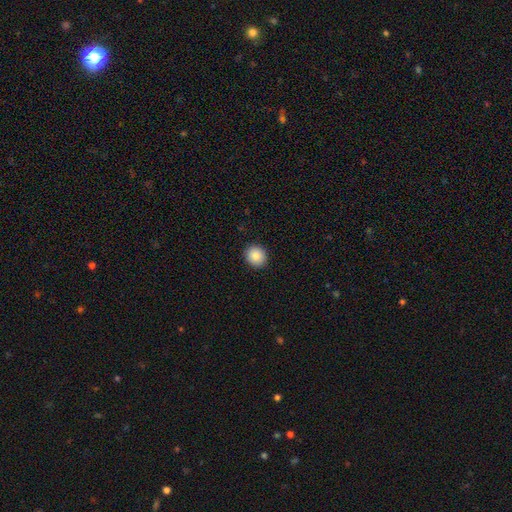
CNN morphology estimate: The model was most divided on "how rounded": round: 81%, in between: 18%, cigar-shaped: 1%. More confident: merging — none (92%); smooth or featured — smooth (86%).